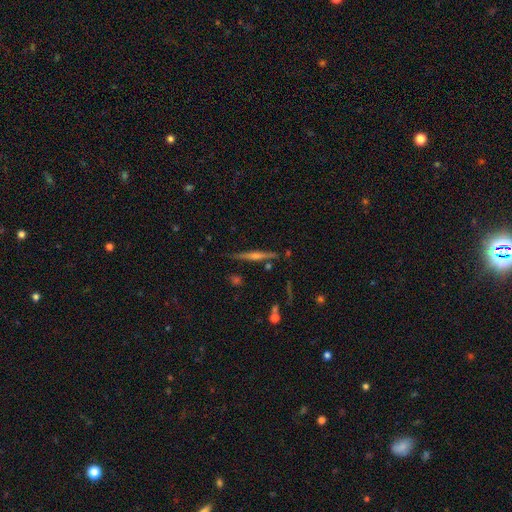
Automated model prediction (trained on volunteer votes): A featured or disk galaxy (75%) viewed edge-on (98%) with a rounded central bulge (83%).

Vote fractions:
- Smooth or featured? featured or disk: 75% / smooth: 17% / star or artifact: 8%
- Edge-on disk? yes: 98% / no: 2%
- Edge-on bulge? rounded: 83% / none: 10% / boxy: 7%
- Merging? none: 87% / minor disturbance: 9% / merger: 2% / major disturbance: 2%